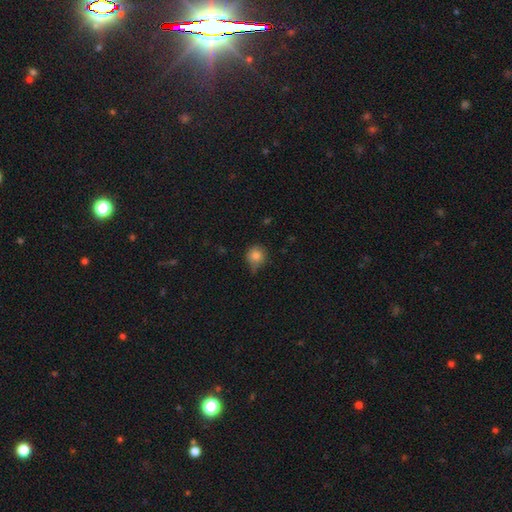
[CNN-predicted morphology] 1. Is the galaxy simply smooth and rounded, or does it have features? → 82% smooth, 11% star or artifact, 8% featured or disk.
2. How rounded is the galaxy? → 88% round, 11% in between, 1% cigar-shaped.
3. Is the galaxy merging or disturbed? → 56% none, 33% minor disturbance, 7% major disturbance, 4% merger.